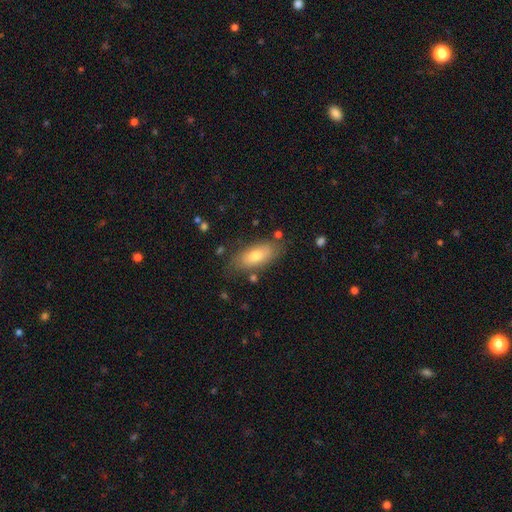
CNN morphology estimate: A smooth galaxy with no disk features (71%) that is in between round and cigar-shaped (81%). Merging: none (78%).